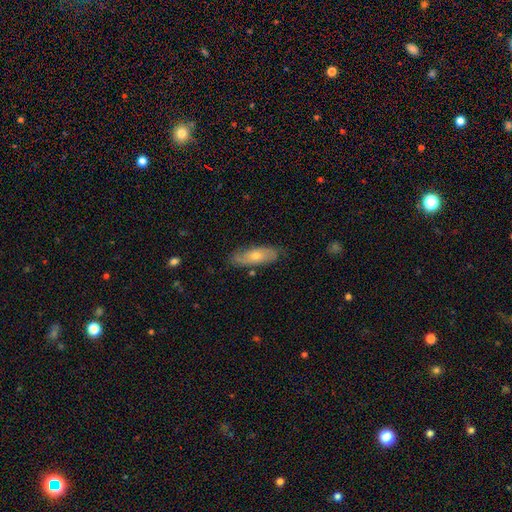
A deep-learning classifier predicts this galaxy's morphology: smooth-or-featured: featured or disk: 49% | smooth: 44% | star or artifact: 7%
  merging: none: 80% | minor disturbance: 15% | major disturbance: 3% | merger: 1%